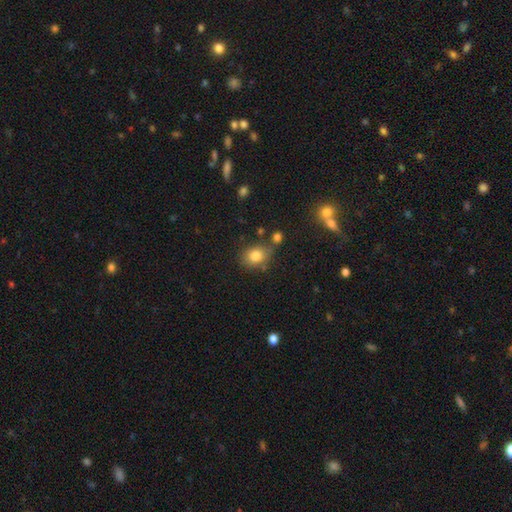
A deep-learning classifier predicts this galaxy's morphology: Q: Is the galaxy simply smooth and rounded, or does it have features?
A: smooth — 81%.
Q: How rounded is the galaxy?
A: round — 51%.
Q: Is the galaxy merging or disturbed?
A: none — 66%.